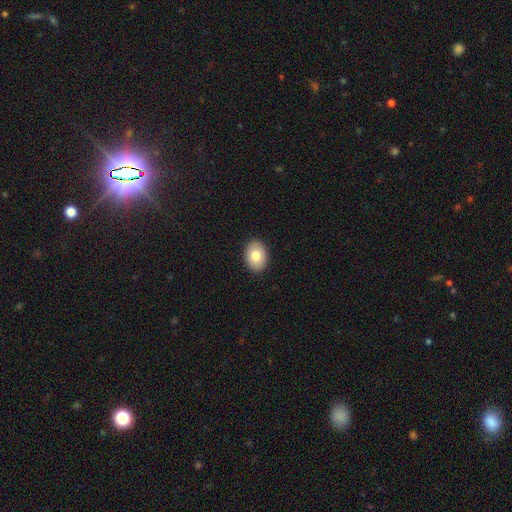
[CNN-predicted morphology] Smooth or featured? Predicted: smooth (p=0.81). How rounded? Predicted: in between (p=0.76). Merging? Predicted: none (p=0.91).